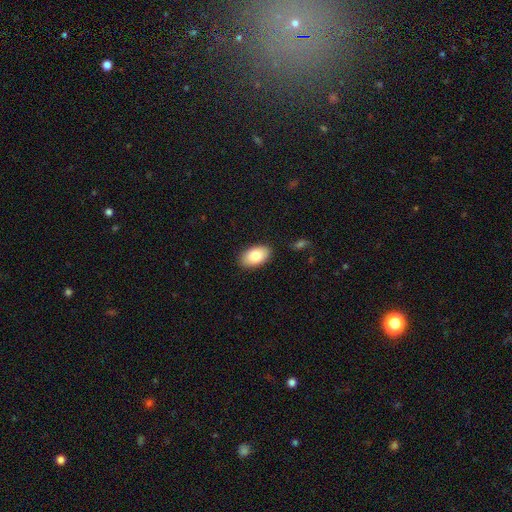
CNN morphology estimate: This appears to be a smooth galaxy with no disk features (81%) that is in between round and cigar-shaped (94%). Merging: none (88%).